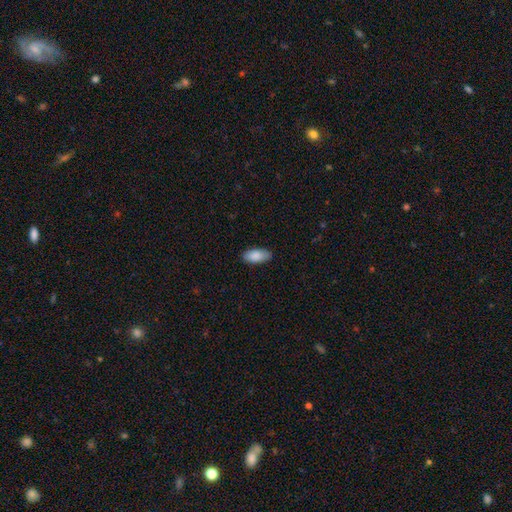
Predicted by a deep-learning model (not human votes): A smooth galaxy with no disk features (89%) that is in between round and cigar-shaped (92%).

Vote fractions:
- Smooth or featured? smooth: 89% / star or artifact: 6% / featured or disk: 5%
- How rounded? in between: 92% / cigar-shaped: 6% / round: 2%
- Merging? none: 87% / minor disturbance: 10% / major disturbance: 2% / merger: 1%